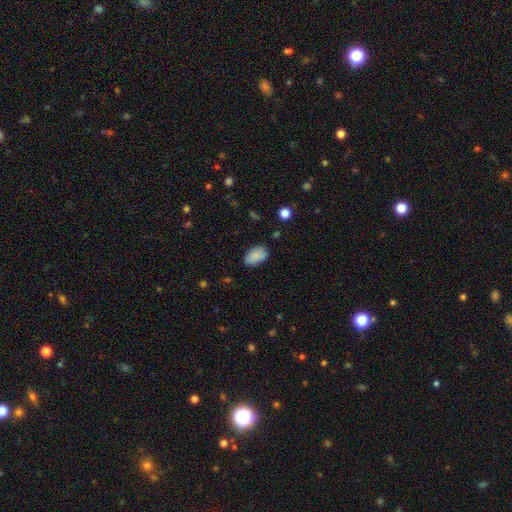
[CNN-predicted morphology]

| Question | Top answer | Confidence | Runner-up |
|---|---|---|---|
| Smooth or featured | smooth | 87% | star or artifact (7%) |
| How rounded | in between | 92% | round (7%) |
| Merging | none | 81% | minor disturbance (15%) |